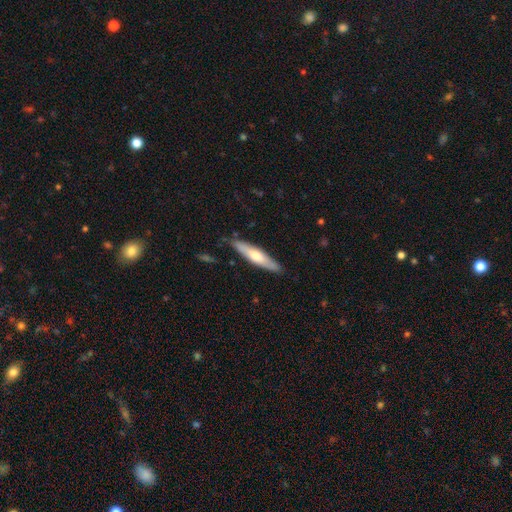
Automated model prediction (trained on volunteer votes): This appears to be a smooth galaxy with no disk features (53%) that is cigar-shaped (80%). Merging: none (85%).